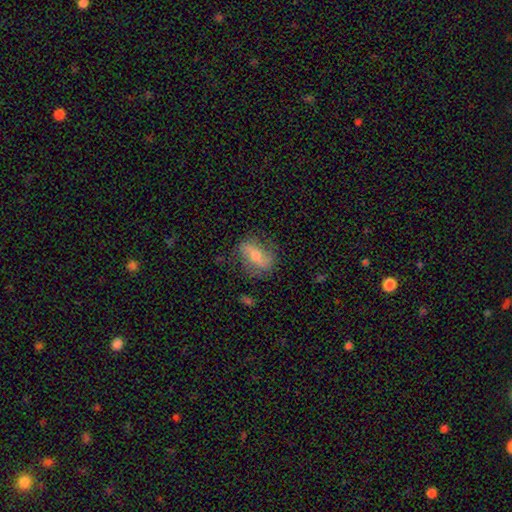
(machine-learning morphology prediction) This appears to be a featured or disk galaxy (49%). Merging: none (73%).